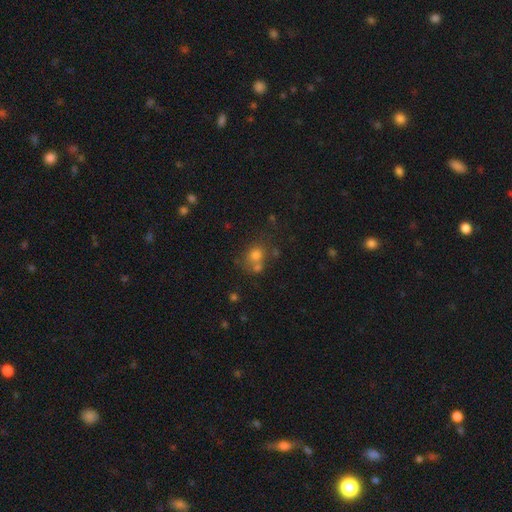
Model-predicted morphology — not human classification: smooth-or-featured: smooth: 69% | star or artifact: 18% | featured or disk: 13%
  how-rounded: round: 76% | in between: 23% | cigar-shaped: 1%
  merging: none: 52% | merger: 30% | minor disturbance: 12% | major disturbance: 6%